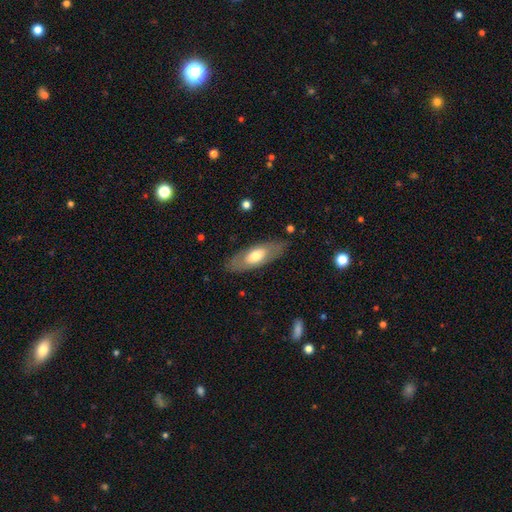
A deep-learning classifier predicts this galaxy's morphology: Q: Smooth or featured?
A: smooth (55%); runner-up: featured or disk (39%)
Q: How rounded?
A: in between (77%); runner-up: cigar-shaped (20%)
Q: Merging?
A: none (82%); runner-up: minor disturbance (12%)